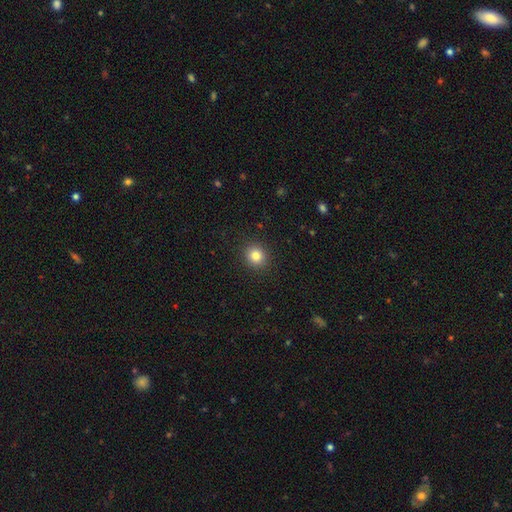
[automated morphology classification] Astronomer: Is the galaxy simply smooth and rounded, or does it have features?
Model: smooth — 83%.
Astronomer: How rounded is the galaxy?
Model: round — 88%.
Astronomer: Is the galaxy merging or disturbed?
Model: none — 92%.